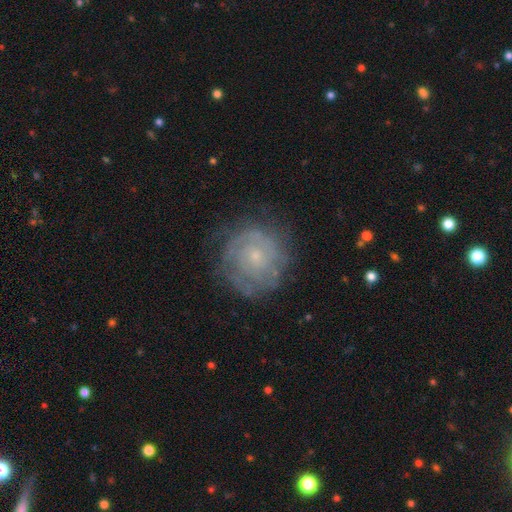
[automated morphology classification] This is likely a featured or disk galaxy (69%). It is clearly not viewed edge-on (98%). Bar: likely no (80%). Spiral arm pattern: clearly yes (83%). Spiral arm count: possibly can't tell (51%). Spiral winding: likely tight (73%). Central bulge: likely small (72%). Merging: likely none (74%).